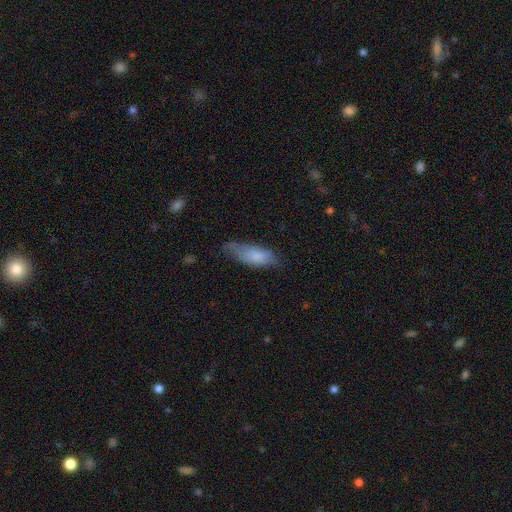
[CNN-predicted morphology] Smooth or featured: smooth — 75% (featured or disk — 18%)
How rounded: in between — 71% (cigar-shaped — 27%)
Merging: none — 45% (minor disturbance — 37%)